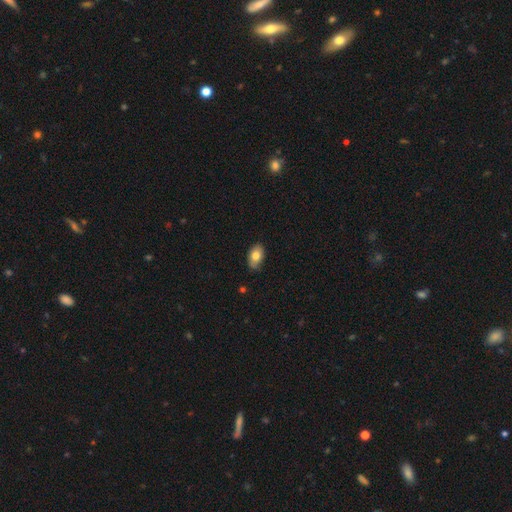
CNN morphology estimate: Overall: smooth (79%). How rounded: in between (91%). Merging: none (82%).